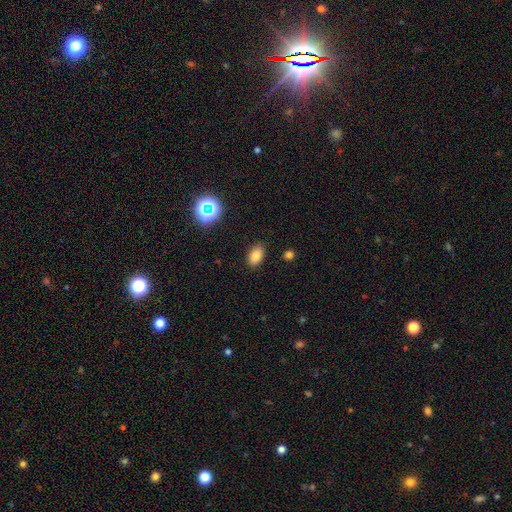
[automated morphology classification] Smooth or featured: smooth — 80% (star or artifact — 13%)
How rounded: in between — 89% (round — 10%)
Merging: none — 86% (minor disturbance — 10%)